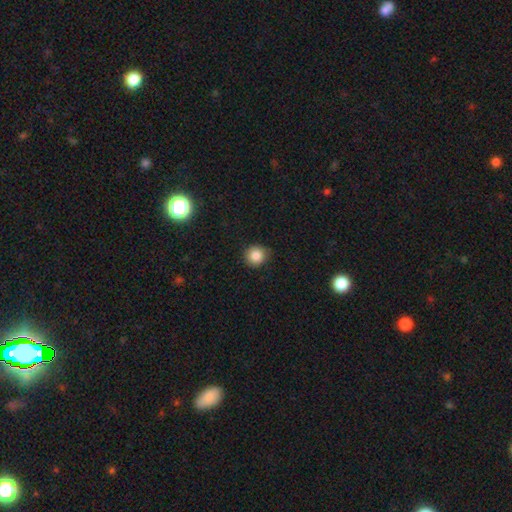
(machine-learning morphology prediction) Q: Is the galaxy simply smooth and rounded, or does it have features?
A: smooth — 85%.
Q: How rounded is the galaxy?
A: round — 91%.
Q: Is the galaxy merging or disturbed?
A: none — 84%.